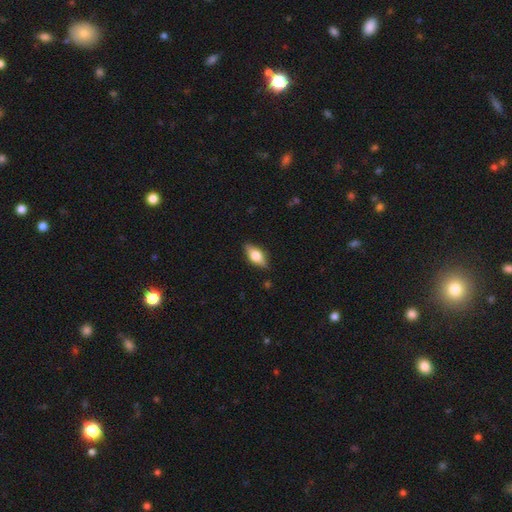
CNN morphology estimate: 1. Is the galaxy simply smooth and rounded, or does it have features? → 56% smooth, 36% featured or disk, 7% star or artifact.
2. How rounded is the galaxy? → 79% in between, 16% cigar-shaped, 5% round.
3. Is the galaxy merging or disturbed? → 85% none, 12% minor disturbance, 2% major disturbance, 1% merger.